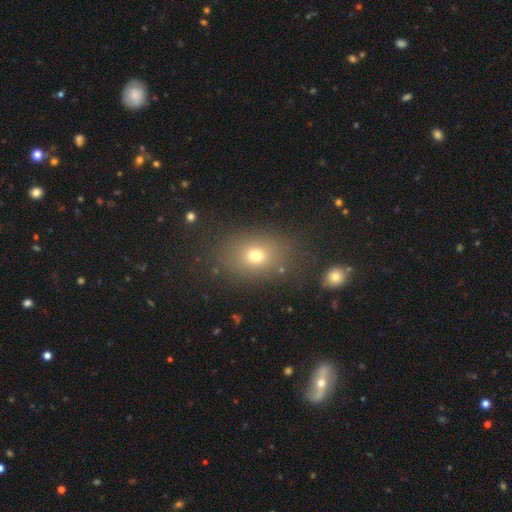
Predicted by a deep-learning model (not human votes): The model was most divided on "how rounded": in between: 61%, round: 38%, cigar-shaped: 1%. More confident: merging — none (79%); smooth or featured — smooth (70%).